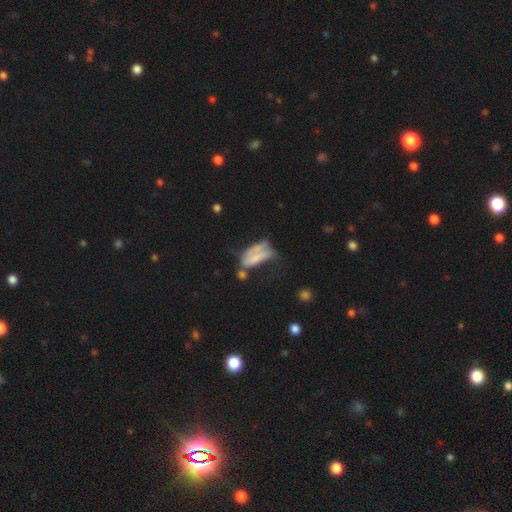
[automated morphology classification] This is possibly a smooth galaxy (55%). How rounded: likely in between (80%). Merging: marginally major disturbance (38%).